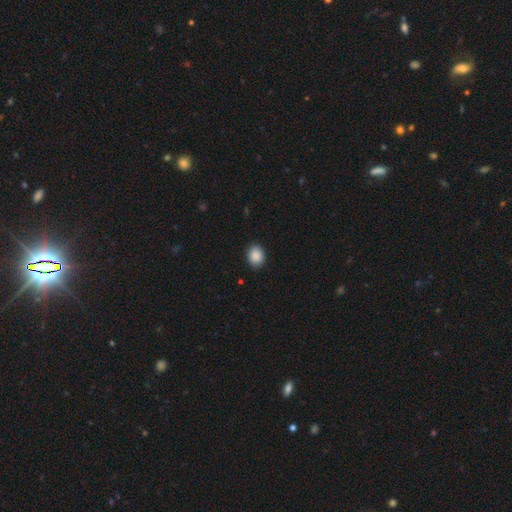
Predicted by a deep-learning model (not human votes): Overall: smooth (89%). How rounded: in between (53%; round 46%). Merging: none (89%).